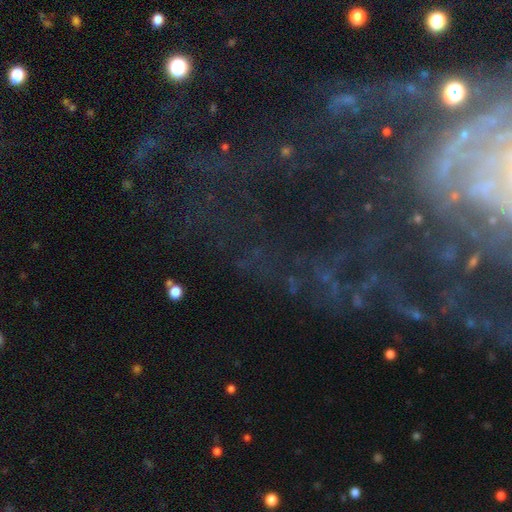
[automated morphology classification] This appears to be a star or artifact, not a galaxy (58%).